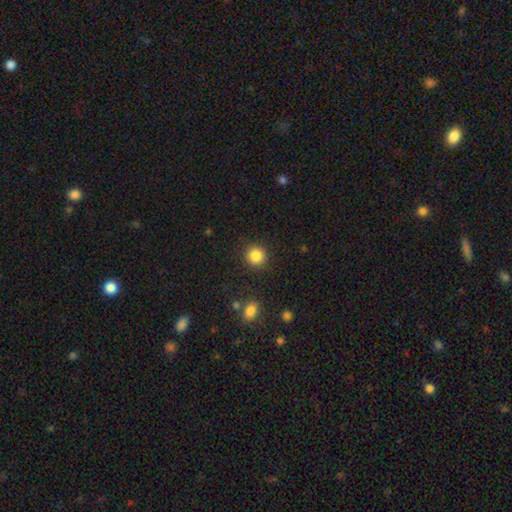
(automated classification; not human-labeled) Q: Smooth or featured?
A: smooth (86%); runner-up: star or artifact (10%)
Q: How rounded?
A: round (92%); runner-up: in between (7%)
Q: Merging?
A: none (90%); runner-up: minor disturbance (6%)